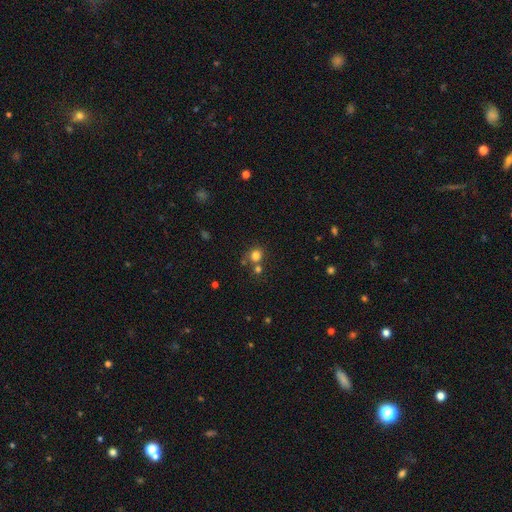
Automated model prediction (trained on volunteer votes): Smooth or featured? Predicted: smooth (p=0.79). How rounded? Predicted: round (p=0.85). Merging? Predicted: none (p=0.59).